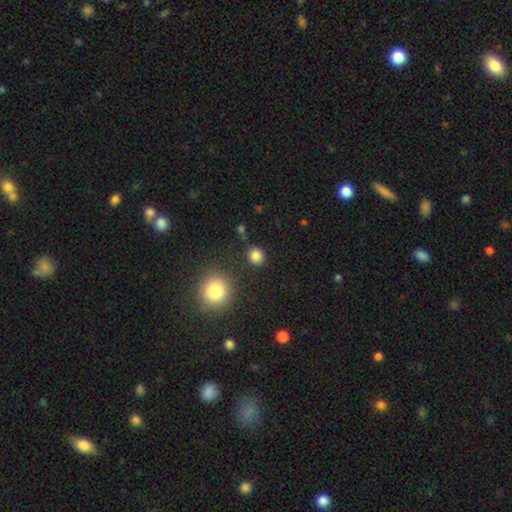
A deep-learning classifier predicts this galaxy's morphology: Smooth or featured: smooth — 84% (star or artifact — 12%)
How rounded: round — 85% (in between — 14%)
Merging: none — 87% (minor disturbance — 7%)